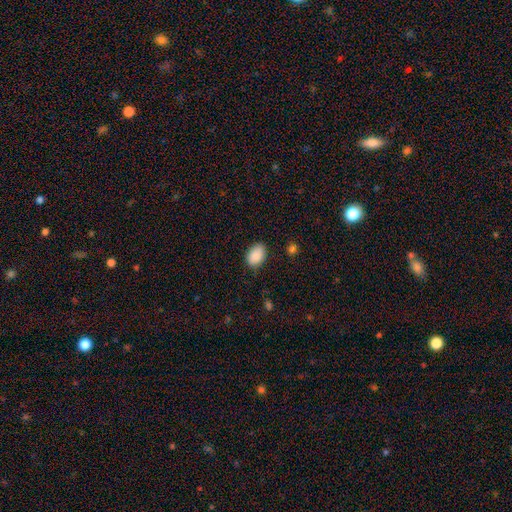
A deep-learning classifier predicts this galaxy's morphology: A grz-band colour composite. It shows a smooth galaxy with no disk features (89%) that is in between round and cigar-shaped (86%). Merging: none (80%).